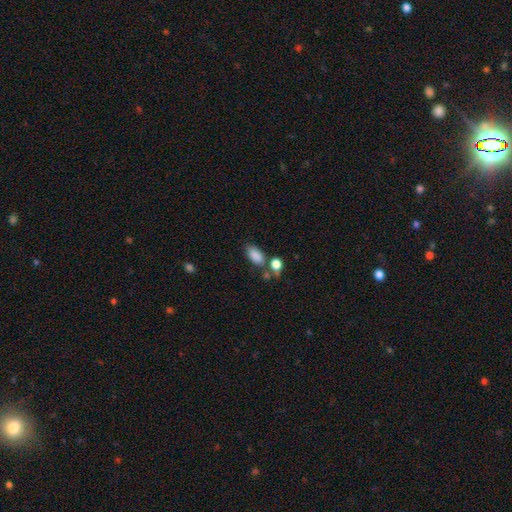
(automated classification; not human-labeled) A smooth galaxy with no disk features (86%) that is in between round and cigar-shaped (90%).

Vote fractions:
- Smooth or featured? smooth: 86% / star or artifact: 8% / featured or disk: 6%
- How rounded? in between: 90% / round: 6% / cigar-shaped: 4%
- Merging? none: 58% / merger: 20% / minor disturbance: 17% / major disturbance: 6%